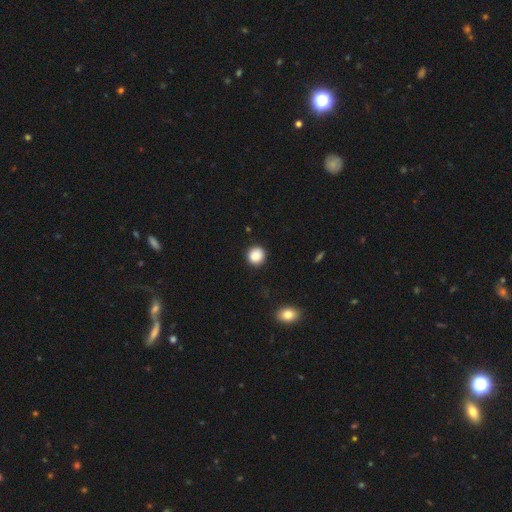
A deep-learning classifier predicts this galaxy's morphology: smooth-or-featured: smooth: 87% | star or artifact: 9% | featured or disk: 3%
  how-rounded: round: 92% | in between: 7% | cigar-shaped: 1%
  merging: none: 89% | minor disturbance: 7% | major disturbance: 2% | merger: 1%